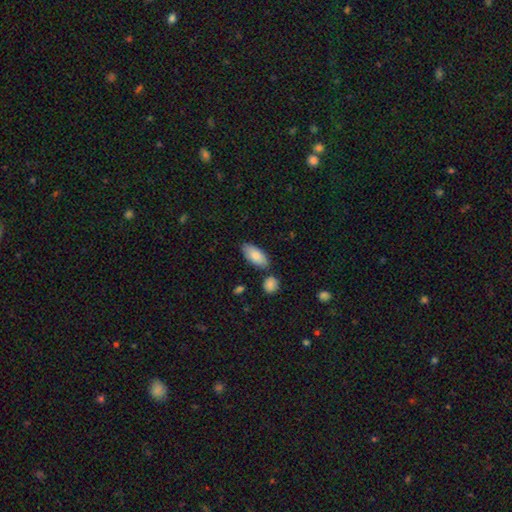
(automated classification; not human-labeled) A smooth galaxy with no disk features (84%) that is in between round and cigar-shaped (89%).

Vote fractions:
- Smooth or featured? smooth: 84% / featured or disk: 10% / star or artifact: 6%
- How rounded? in between: 89% / cigar-shaped: 9% / round: 2%
- Merging? none: 74% / minor disturbance: 15% / merger: 8% / major disturbance: 3%